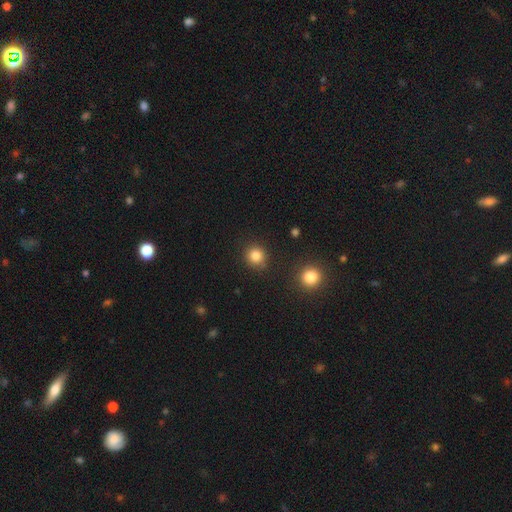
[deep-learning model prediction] Smooth or featured? Predicted: smooth (p=0.84). How rounded? Predicted: round (p=0.89). Merging? Predicted: none (p=0.86).